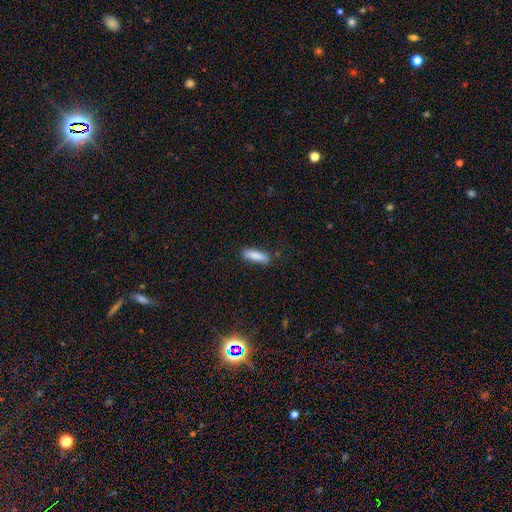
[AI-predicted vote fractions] This is clearly a smooth galaxy (85%). How rounded: likely cigar-shaped (66%). Merging: clearly none (84%).